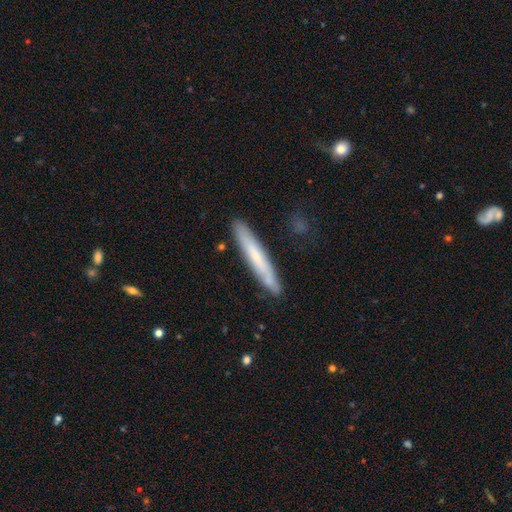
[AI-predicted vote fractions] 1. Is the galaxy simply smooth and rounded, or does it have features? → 60% smooth, 34% featured or disk, 6% star or artifact.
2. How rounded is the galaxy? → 95% cigar-shaped, 4% in between, 1% round.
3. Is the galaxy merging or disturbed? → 87% none, 10% minor disturbance, 2% major disturbance, 2% merger.